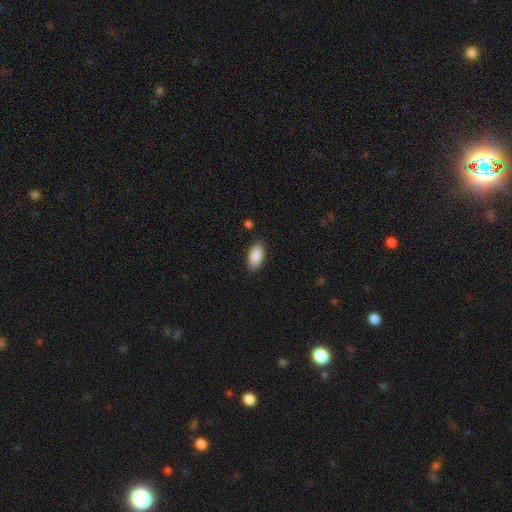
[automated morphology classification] Smooth or featured? Predicted: smooth (p=0.89). How rounded? Predicted: in between (p=0.91). Merging? Predicted: none (p=0.85).